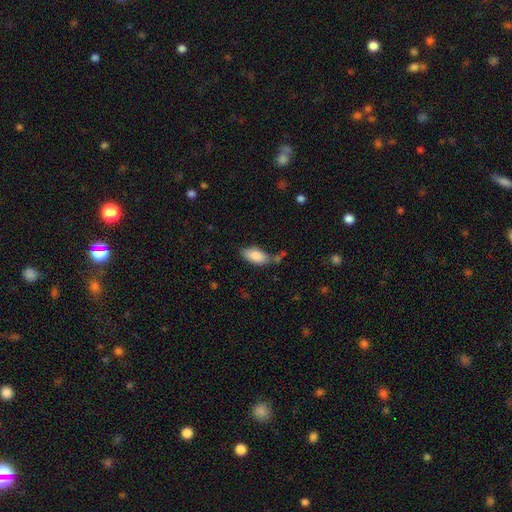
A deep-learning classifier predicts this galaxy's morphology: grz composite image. It shows a smooth galaxy with no disk features (86%) that is in between round and cigar-shaped (89%). Merging: none (67%).